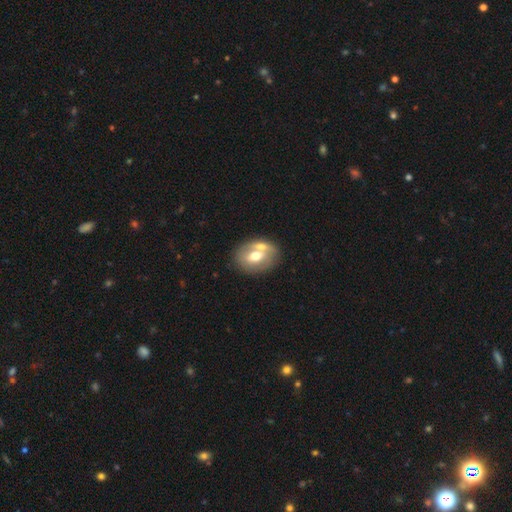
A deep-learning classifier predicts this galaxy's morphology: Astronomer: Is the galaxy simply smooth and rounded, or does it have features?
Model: smooth — 53% (runner-up: featured or disk, 40%).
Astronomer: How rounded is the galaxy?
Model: in between — 70%.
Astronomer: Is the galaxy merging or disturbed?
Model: none — 50% (runner-up: merger, 32%).